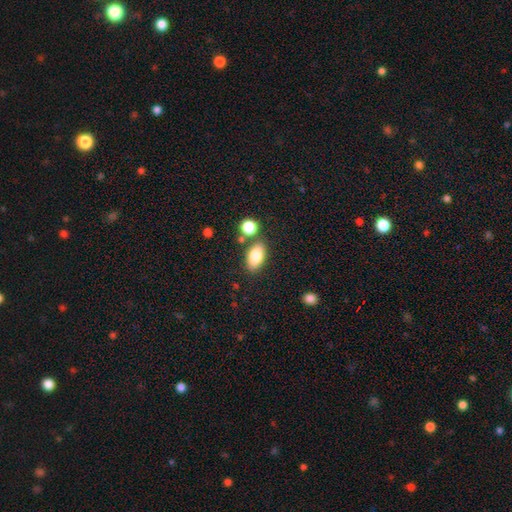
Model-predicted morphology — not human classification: smooth_or_featured: smooth (p=0.81) [alt: featured or disk p=0.11]
how_rounded: in between (p=0.89) [alt: round p=0.07]
merging: none (p=0.77) [alt: minor disturbance p=0.11]